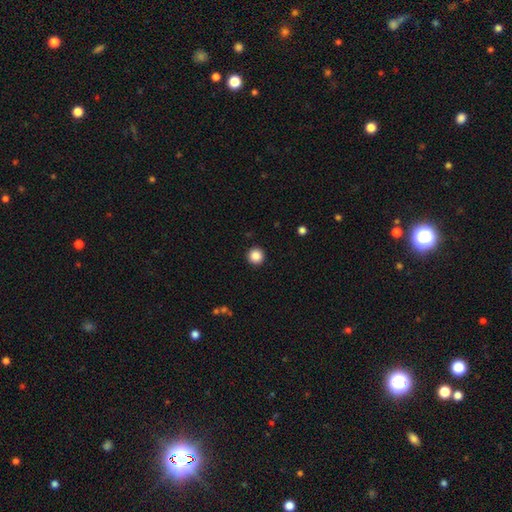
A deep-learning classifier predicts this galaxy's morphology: Smooth or featured? smooth (87%)
How rounded? round (96%)
Merging? none (93%)